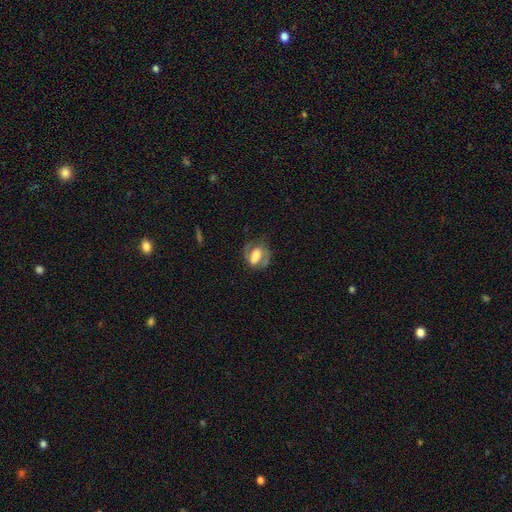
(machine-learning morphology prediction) A featured or disk galaxy (57%) with a weak bar (36%), spiral arms (76%) and a large central bulge (37%).

Vote fractions:
- Smooth or featured? featured or disk: 57% / smooth: 35% / star or artifact: 9%
- Edge-on disk? no: 95% / yes: 5%
- Bar? weak: 36% / strong: 33% / no: 32%
- Spiral arms? yes: 76% / no: 24%
- Bulge size? large: 37% / moderate: 31% / small: 16% / none: 10% / dominant: 6%
- Merging? none: 55% / minor disturbance: 23% / major disturbance: 18% / merger: 4%